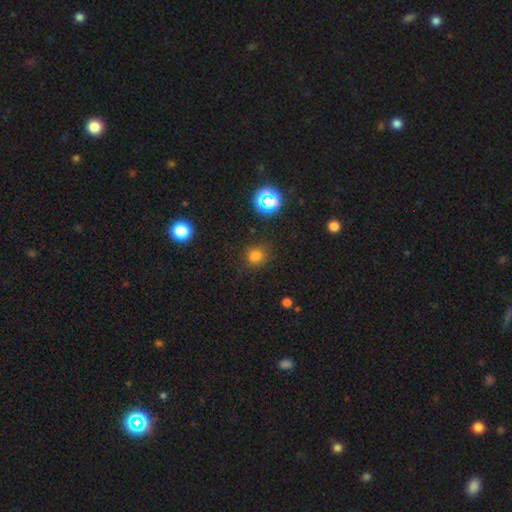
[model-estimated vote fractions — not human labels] smooth 74%, star or artifact 21%, featured or disk 5%. Down the decision tree: how rounded — round (78%); merging — none (82%).